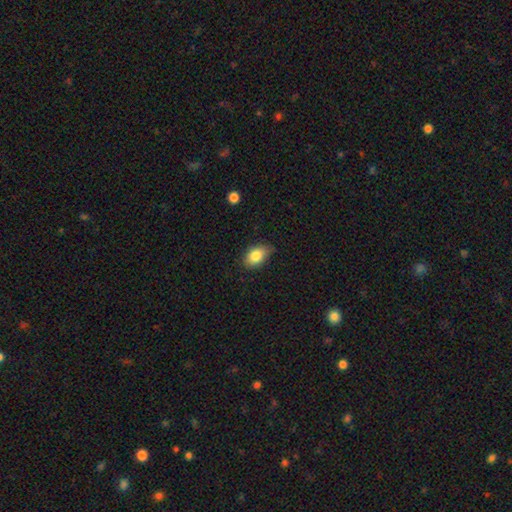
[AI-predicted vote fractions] Smooth or featured? Predicted: smooth (p=0.84). How rounded? Predicted: in between (p=0.86). Merging? Predicted: none (p=0.69).